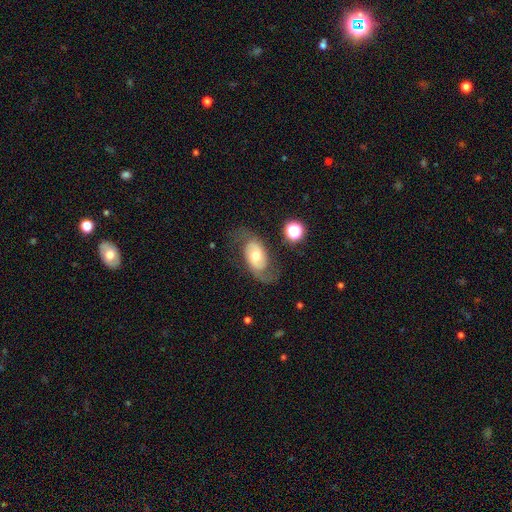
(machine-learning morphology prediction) Overall: featured or disk (69%). Edge-on disk: no (95%). Bar: no (62%; weak 29%). Spiral arms: yes (87%). Spiral arm count: 2 (82%). Spiral winding: loose (43%; medium 42%). Bulge size: moderate (66%). Merging: none (60%).